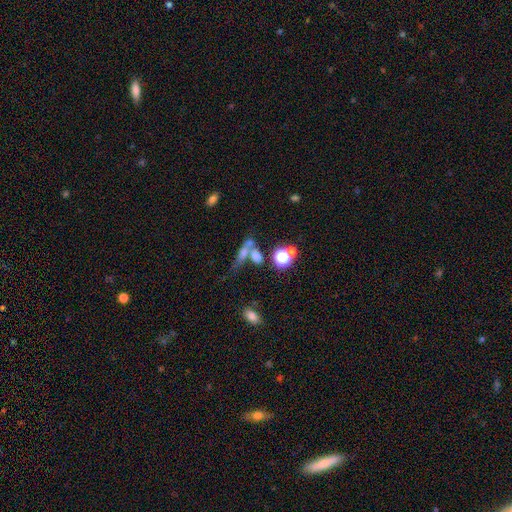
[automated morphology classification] smooth-or-featured: smooth: 59% | star or artifact: 22% | featured or disk: 20%
  how-rounded: in between: 51% | round: 29% | cigar-shaped: 20%
  merging: merger: 48% | none: 33% | minor disturbance: 10% | major disturbance: 9%